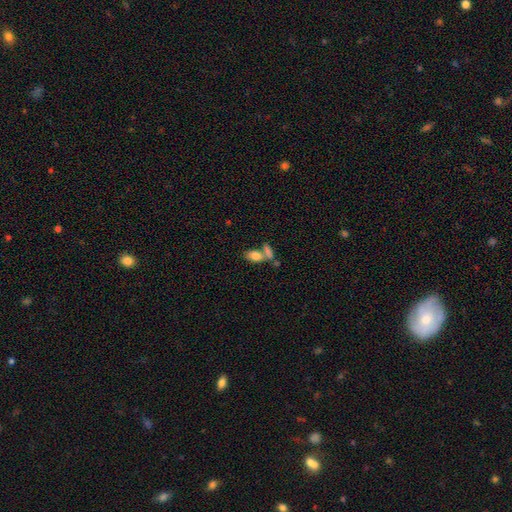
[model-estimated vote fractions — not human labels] Morphology: type=smooth (81%); roundness=in between (89%); merging=merger (49%).